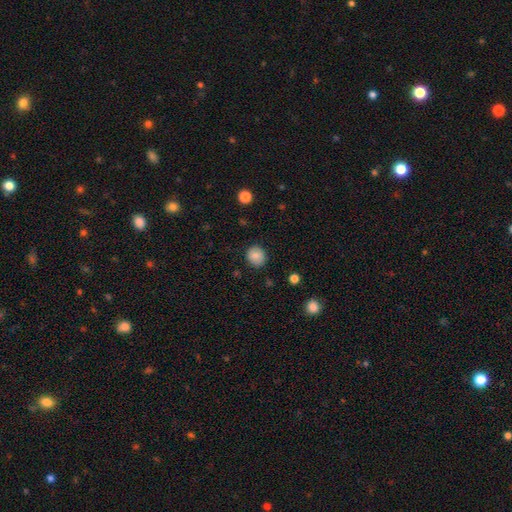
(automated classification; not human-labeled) This appears to be a smooth galaxy with no disk features (83%) that is round (81%). Merging: none (85%).